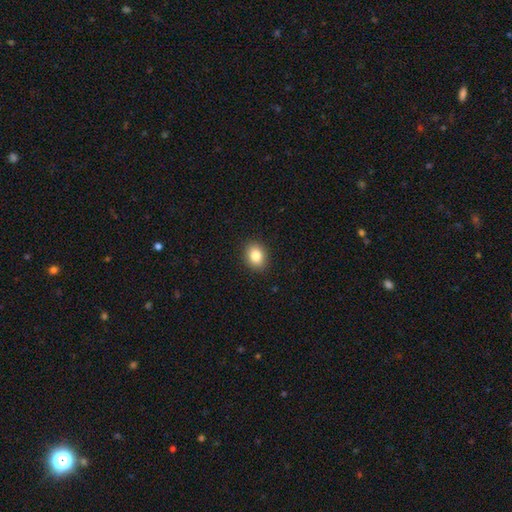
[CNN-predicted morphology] type=smooth (84%); roundness=in between (54%); merging=none (90%).